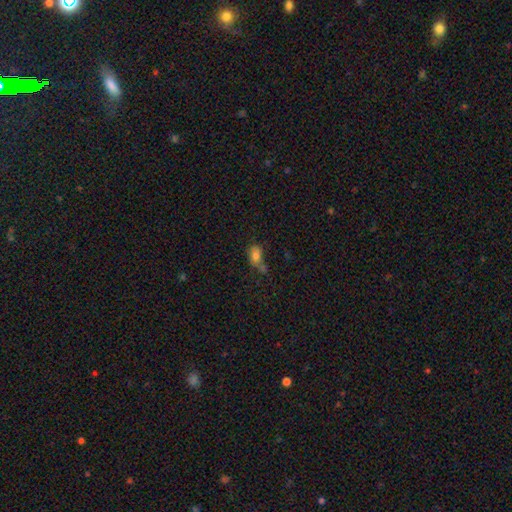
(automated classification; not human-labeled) Overall: smooth (77%). How rounded: in between (76%). Merging: none (44%; merger 23%).